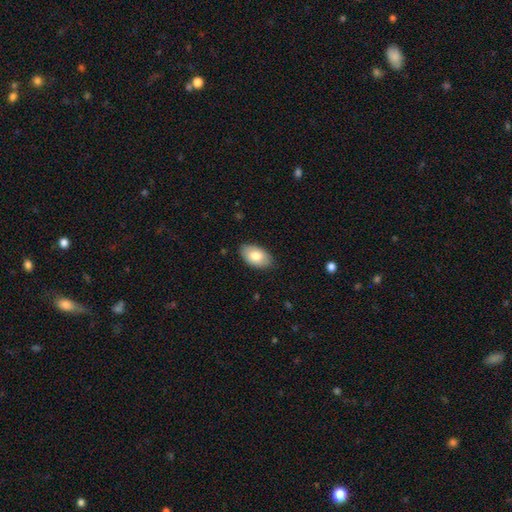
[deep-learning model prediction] Smooth or featured?
  - smooth: 80% *
  - featured or disk: 14%
  - star or artifact: 6%
How rounded?
  - in between: 93% *
  - round: 6%
  - cigar-shaped: 1%
Merging?
  - none: 85% *
  - minor disturbance: 12%
  - major disturbance: 2%
  - merger: 1%